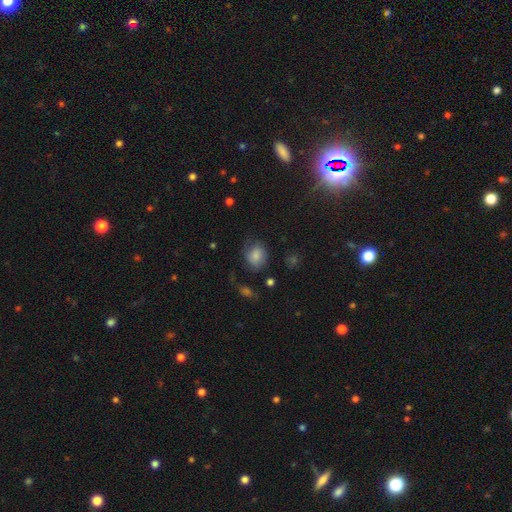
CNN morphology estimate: Q: Smooth or featured?
A: smooth (71%); runner-up: featured or disk (19%)
Q: How rounded?
A: round (58%); runner-up: in between (41%)
Q: Merging?
A: none (57%); runner-up: minor disturbance (26%)